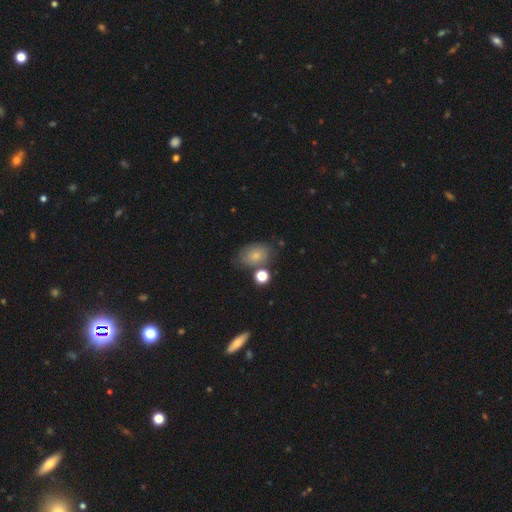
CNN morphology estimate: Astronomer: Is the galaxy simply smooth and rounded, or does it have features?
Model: smooth — 73%.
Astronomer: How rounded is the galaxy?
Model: in between — 81%.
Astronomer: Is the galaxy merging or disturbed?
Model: none — 64%.